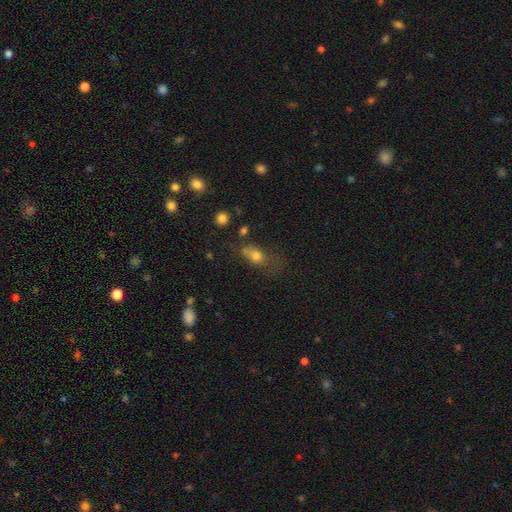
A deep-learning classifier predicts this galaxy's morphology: type=smooth (72%); roundness=in between (63%); merging=none (37%).